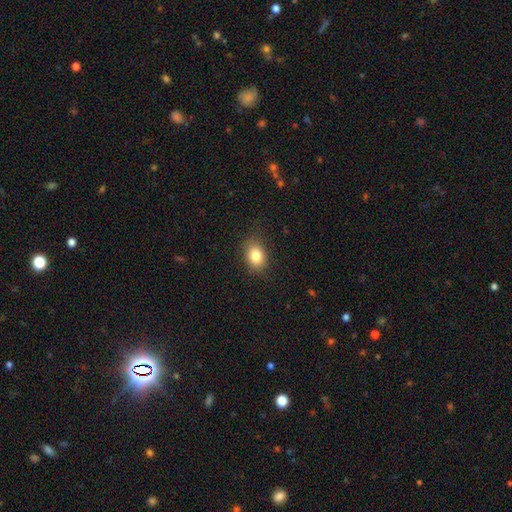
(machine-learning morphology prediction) smooth 83%, star or artifact 10%, featured or disk 8%. Down the decision tree: how rounded — in between (67%); merging — none (83%).